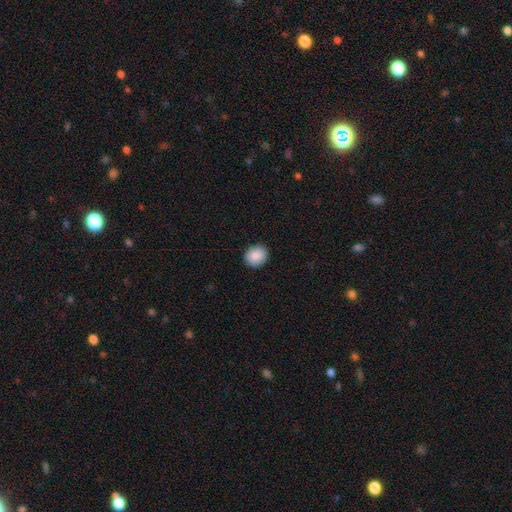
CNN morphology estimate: Q: Smooth or featured?
A: smooth (89%); runner-up: star or artifact (7%)
Q: How rounded?
A: round (77%); runner-up: in between (22%)
Q: Merging?
A: none (91%); runner-up: minor disturbance (6%)